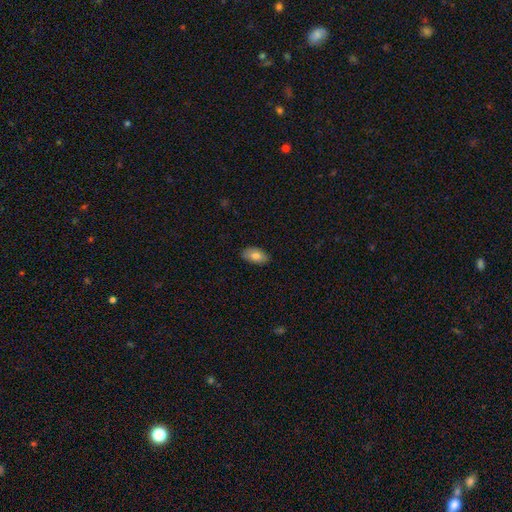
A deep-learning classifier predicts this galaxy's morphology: Overall: smooth (81%). How rounded: in between (94%). Merging: none (87%).